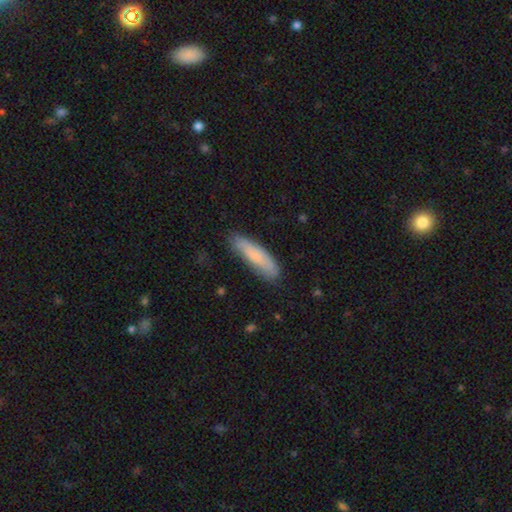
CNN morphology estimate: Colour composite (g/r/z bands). It shows a smooth galaxy with no disk features (77%) that is cigar-shaped (67%). Merging: none (78%).